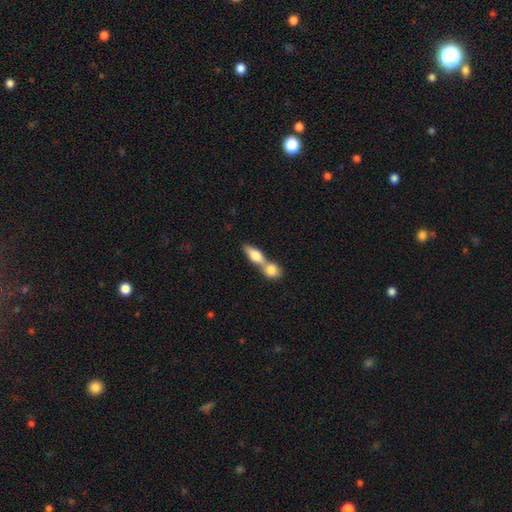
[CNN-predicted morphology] A smooth galaxy with no disk features (70%) that is in between round and cigar-shaped (64%).

Vote fractions:
- Smooth or featured? smooth: 70% / featured or disk: 24% / star or artifact: 6%
- How rounded? in between: 64% / cigar-shaped: 24% / round: 12%
- Merging? merger: 74% / none: 19% / minor disturbance: 5% / major disturbance: 3%